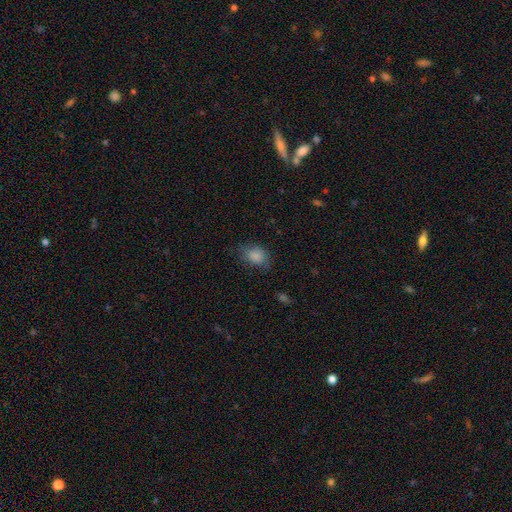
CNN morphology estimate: Q: Smooth or featured?
A: smooth (85%); runner-up: star or artifact (9%)
Q: How rounded?
A: in between (66%); runner-up: round (33%)
Q: Merging?
A: none (68%); runner-up: minor disturbance (24%)